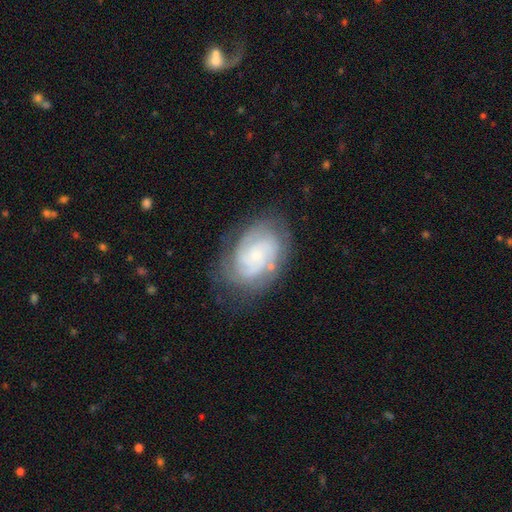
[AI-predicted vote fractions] Morphology: type=featured or disk (79%); edge-on=no (97%); bar=no (70%); spiral arms=yes (95%); winding=tight (64%); arm count=can't tell (30%, tied with 2); bulge=small (75%); merging=none (74%).